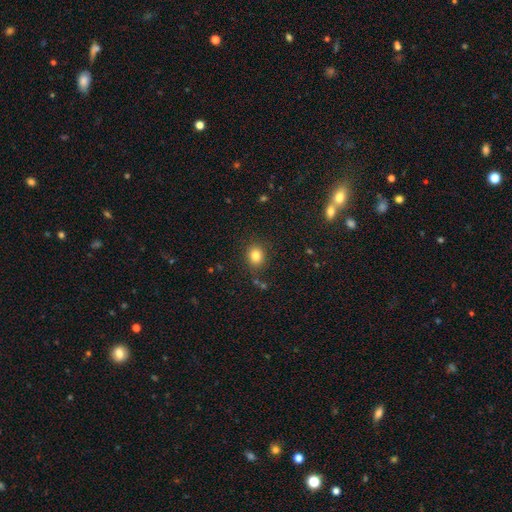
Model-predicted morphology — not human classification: smooth_or_featured: smooth (p=0.82) [alt: star or artifact p=0.12]
how_rounded: round (p=0.67) [alt: in between p=0.32]
merging: none (p=0.85) [alt: minor disturbance p=0.10]